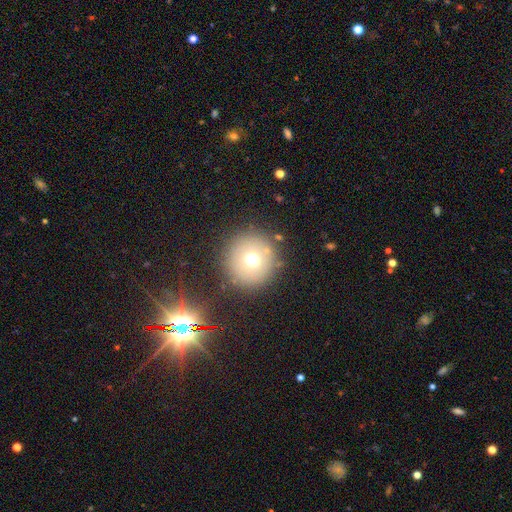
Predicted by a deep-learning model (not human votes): Smooth or featured? Predicted: smooth (p=0.66). How rounded? Predicted: round (p=0.94). Merging? Predicted: none (p=0.84).